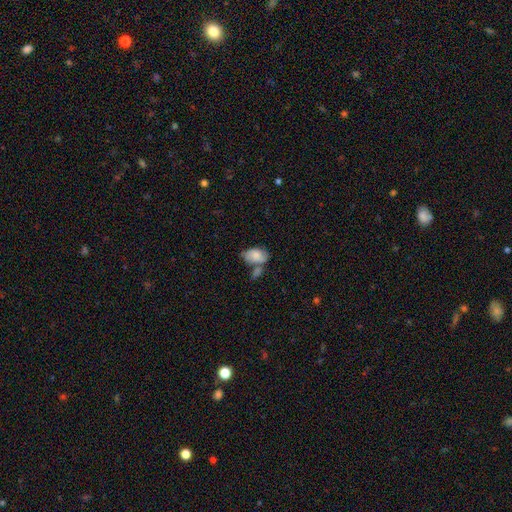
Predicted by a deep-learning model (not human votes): Q: Smooth or featured?
A: smooth (71%); runner-up: featured or disk (22%)
Q: How rounded?
A: in between (90%); runner-up: round (9%)
Q: Merging?
A: none (39%); runner-up: merger (30%)